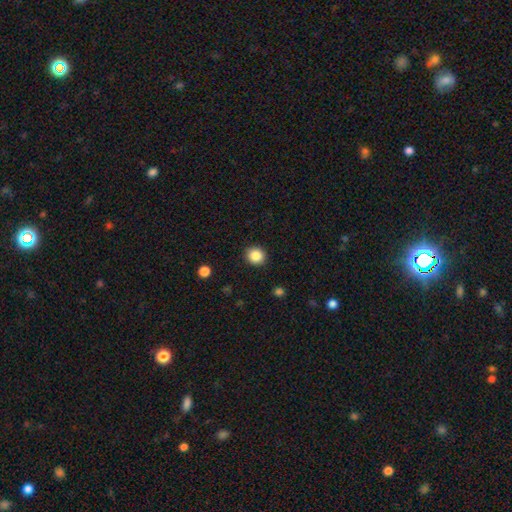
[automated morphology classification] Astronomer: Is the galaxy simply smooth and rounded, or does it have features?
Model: smooth — 86%.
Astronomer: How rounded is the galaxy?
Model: round — 86%.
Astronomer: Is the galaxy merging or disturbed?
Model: none — 92%.